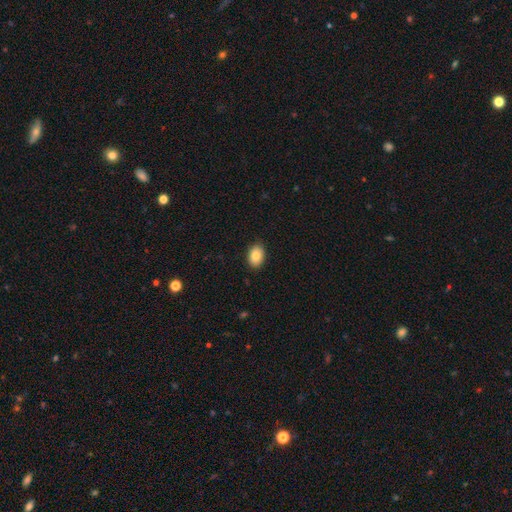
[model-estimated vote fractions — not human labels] Q: Smooth or featured?
A: smooth (85%); runner-up: star or artifact (8%)
Q: How rounded?
A: in between (83%); runner-up: round (16%)
Q: Merging?
A: none (88%); runner-up: minor disturbance (9%)